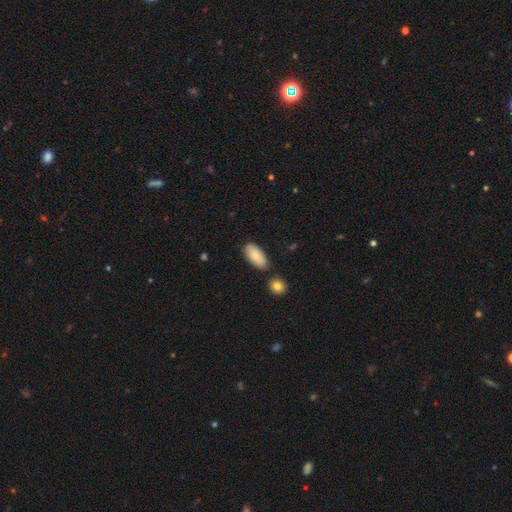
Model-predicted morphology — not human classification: smooth-or-featured: smooth: 84% | featured or disk: 10% | star or artifact: 6%
  how-rounded: in between: 91% | cigar-shaped: 7% | round: 3%
  merging: none: 77% | minor disturbance: 13% | merger: 7% | major disturbance: 3%